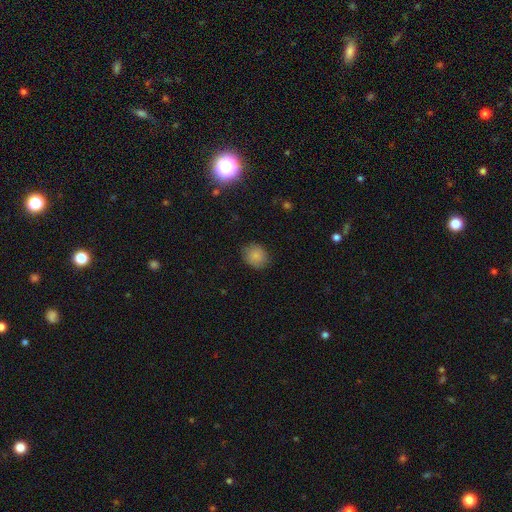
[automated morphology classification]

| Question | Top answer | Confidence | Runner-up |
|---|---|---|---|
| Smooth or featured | smooth | 85% | star or artifact (9%) |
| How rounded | round | 65% | in between (34%) |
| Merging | none | 82% | minor disturbance (14%) |